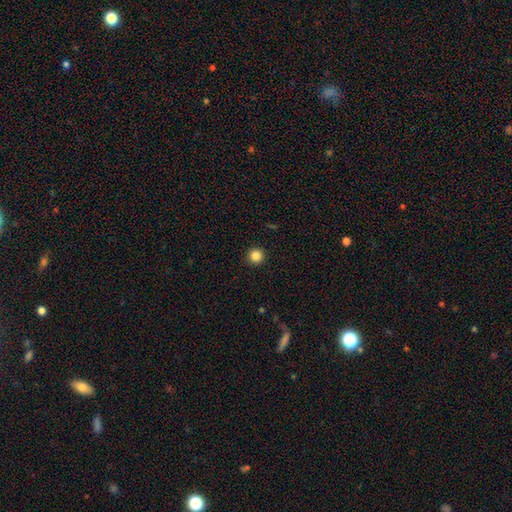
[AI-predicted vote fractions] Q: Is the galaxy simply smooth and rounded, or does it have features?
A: smooth — 85%.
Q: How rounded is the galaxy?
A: round — 96%.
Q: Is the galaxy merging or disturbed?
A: none — 94%.